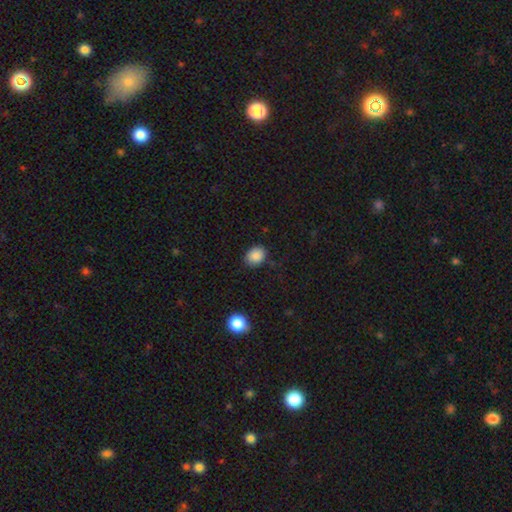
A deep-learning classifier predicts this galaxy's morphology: smooth-or-featured: smooth: 87% | star or artifact: 9% | featured or disk: 4%
  how-rounded: round: 50% | in between: 49% | cigar-shaped: 1%
  merging: none: 82% | minor disturbance: 13% | major disturbance: 3% | merger: 2%